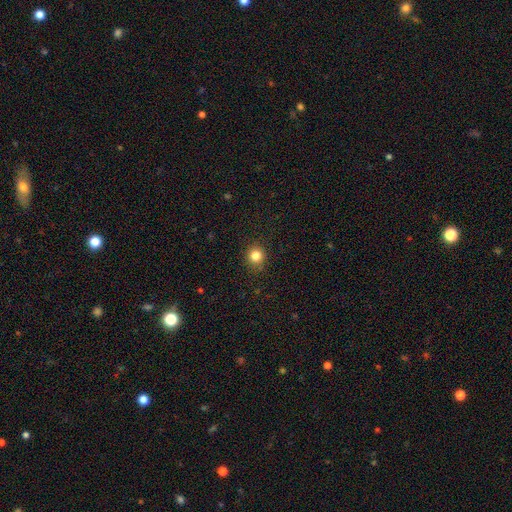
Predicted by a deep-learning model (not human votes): Smooth or featured?
  - smooth: 83% *
  - star or artifact: 12%
  - featured or disk: 5%
How rounded?
  - round: 87% *
  - in between: 13%
  - cigar-shaped: 1%
Merging?
  - none: 88% *
  - minor disturbance: 9%
  - major disturbance: 2%
  - merger: 1%